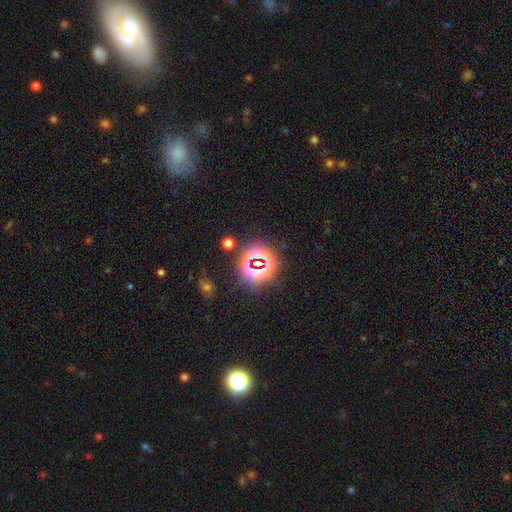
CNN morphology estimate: type=star or artifact (75%).